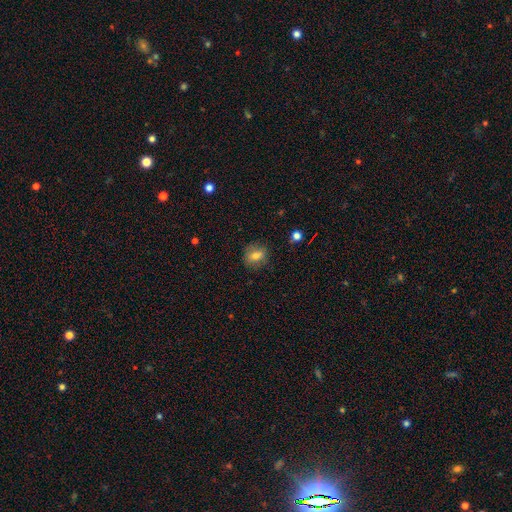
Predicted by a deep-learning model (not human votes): Overall: smooth (72%). How rounded: round (55%; in between 43%). Merging: none (79%).